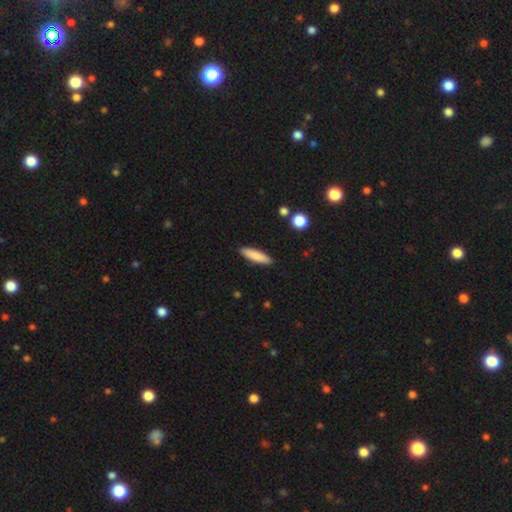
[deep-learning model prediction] Overall: smooth (84%). How rounded: cigar-shaped (75%). Merging: none (90%).